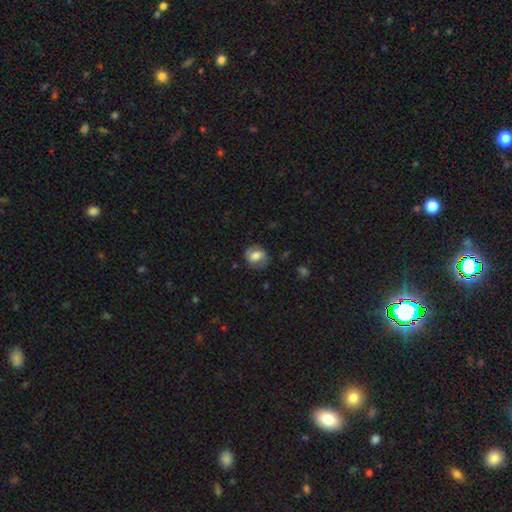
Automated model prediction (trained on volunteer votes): Q: Smooth or featured?
A: smooth (59%); runner-up: featured or disk (33%)
Q: How rounded?
A: round (56%); runner-up: in between (43%)
Q: Merging?
A: none (74%); runner-up: minor disturbance (18%)